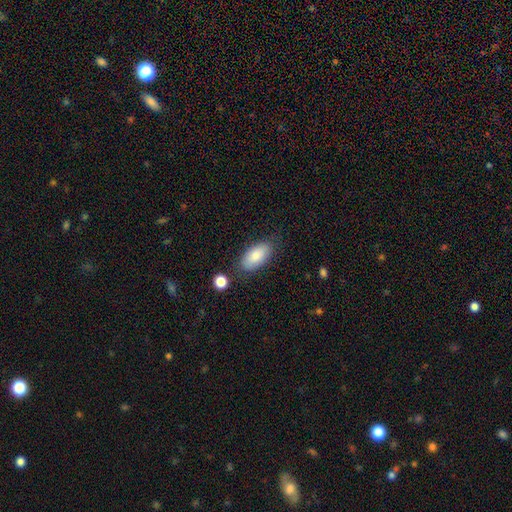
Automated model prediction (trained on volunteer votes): smooth-or-featured: smooth: 82% | featured or disk: 11% | star or artifact: 7%
  how-rounded: in between: 92% | cigar-shaped: 5% | round: 3%
  merging: none: 78% | minor disturbance: 15% | major disturbance: 4% | merger: 4%